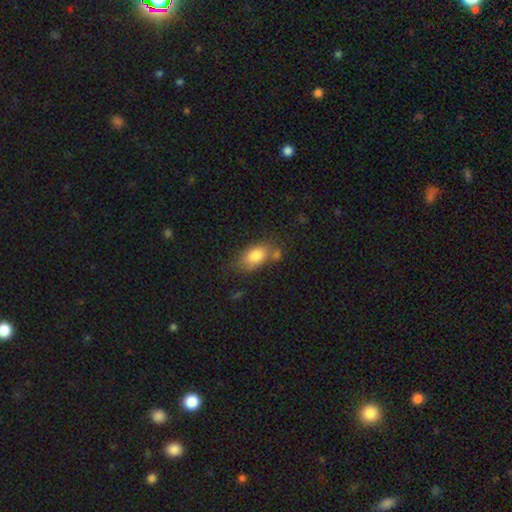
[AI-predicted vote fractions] Smooth or featured: smooth — 82% (featured or disk — 11%)
How rounded: in between — 88% (round — 8%)
Merging: none — 56% (minor disturbance — 22%)